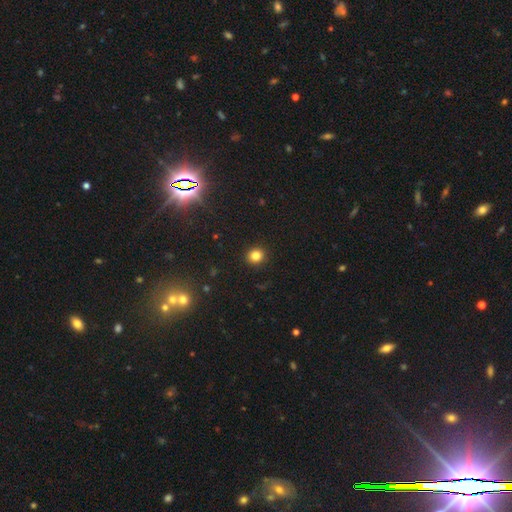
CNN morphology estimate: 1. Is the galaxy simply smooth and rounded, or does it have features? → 82% smooth, 13% star or artifact, 5% featured or disk.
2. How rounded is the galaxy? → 86% round, 13% in between, 1% cigar-shaped.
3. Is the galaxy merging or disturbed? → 92% none, 5% minor disturbance, 2% major disturbance, 1% merger.